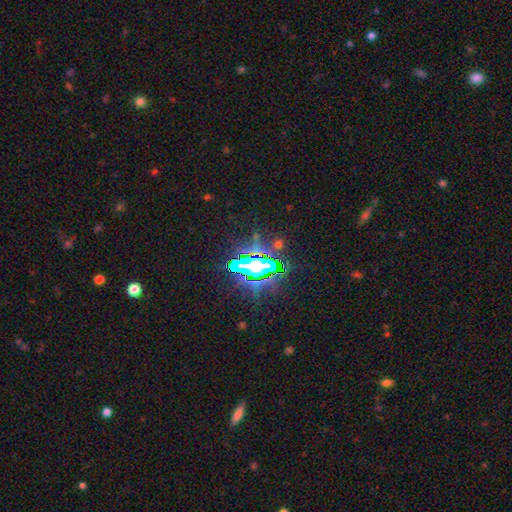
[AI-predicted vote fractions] Smooth or featured?
  - star or artifact: 80% *
  - smooth: 11%
  - featured or disk: 9%